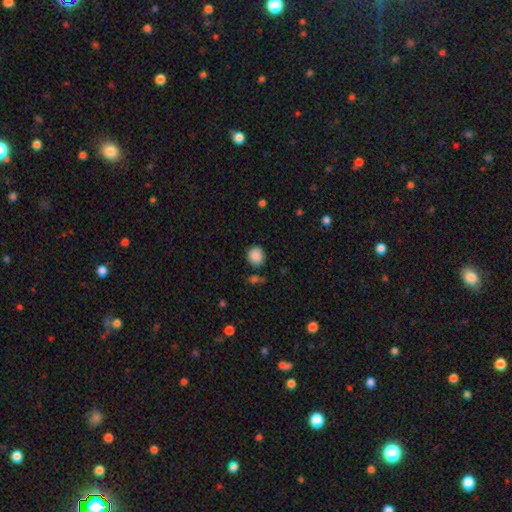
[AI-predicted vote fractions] Smooth or featured: smooth — 88% (star or artifact — 9%)
How rounded: round — 86% (in between — 13%)
Merging: none — 83% (minor disturbance — 11%)